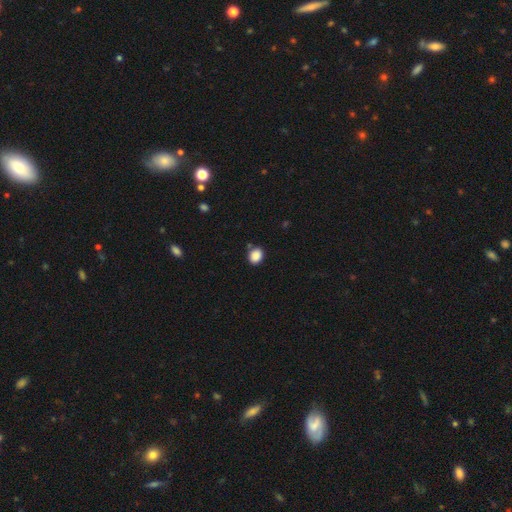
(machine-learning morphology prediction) Smooth or featured?
  - smooth: 88% *
  - star or artifact: 9%
  - featured or disk: 3%
How rounded?
  - round: 57% *
  - in between: 42%
  - cigar-shaped: 1%
Merging?
  - none: 80% *
  - minor disturbance: 13%
  - merger: 4%
  - major disturbance: 3%